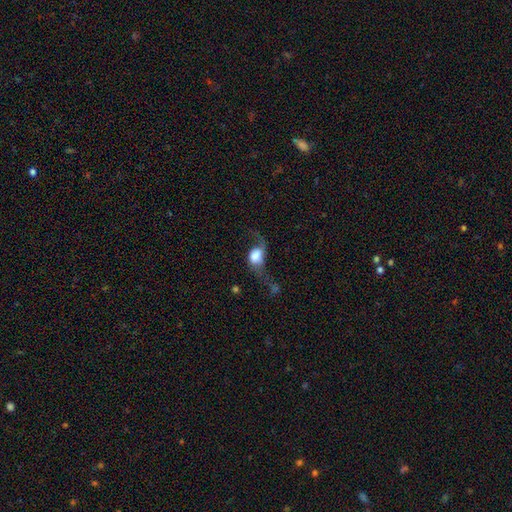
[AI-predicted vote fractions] smooth 52%, featured or disk 39%, star or artifact 9%. Down the decision tree: how rounded — in between (57%); merging — major disturbance (48%).